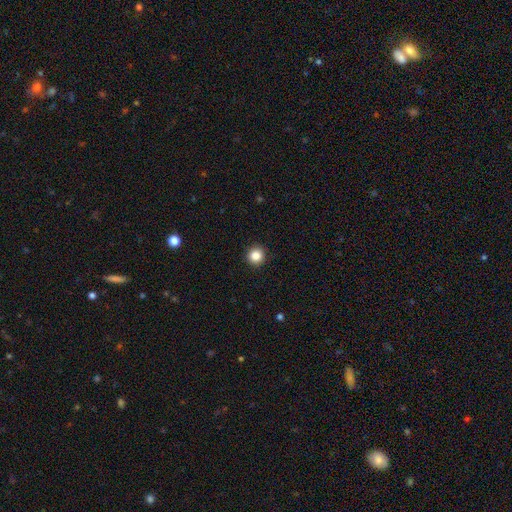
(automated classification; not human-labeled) Smooth or featured? Predicted: smooth (p=0.85). How rounded? Predicted: round (p=0.94). Merging? Predicted: none (p=0.93).